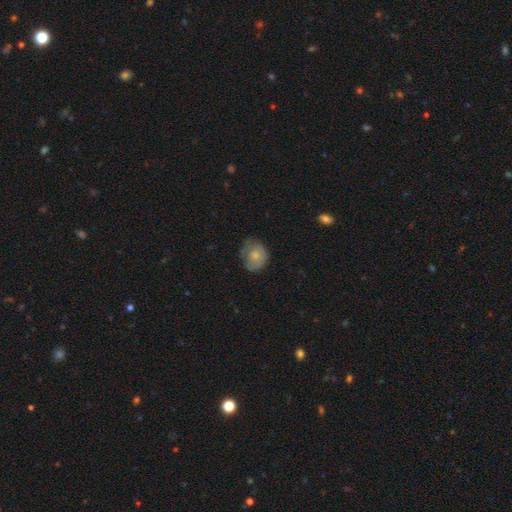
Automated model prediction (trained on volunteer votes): Smooth or featured? smooth (63%)
How rounded? round (61%)
Merging? none (55%)